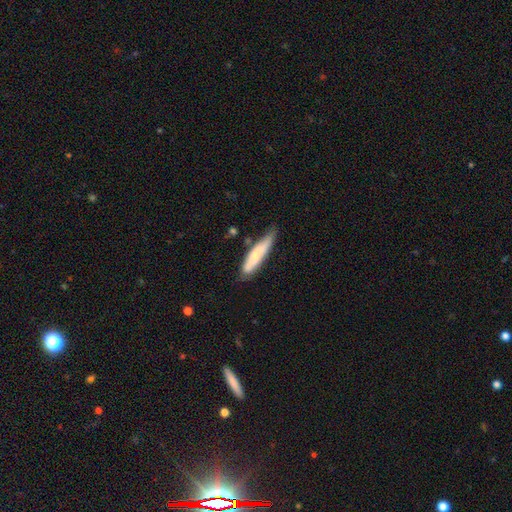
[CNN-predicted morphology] Q: Smooth or featured?
A: smooth (60%); runner-up: featured or disk (34%)
Q: How rounded?
A: cigar-shaped (71%); runner-up: in between (27%)
Q: Merging?
A: none (58%); runner-up: minor disturbance (30%)